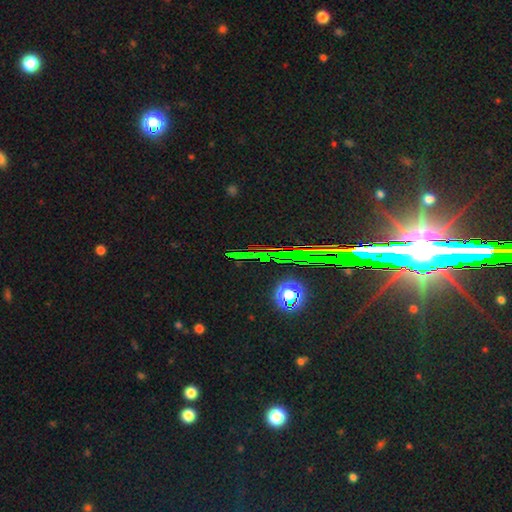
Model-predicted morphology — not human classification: Q: Smooth or featured?
A: star or artifact (81%); runner-up: smooth (9%)